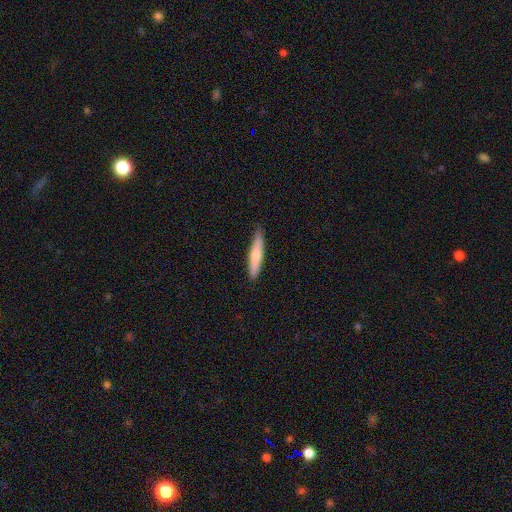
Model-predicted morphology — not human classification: Overall: smooth (71%). How rounded: cigar-shaped (88%). Merging: none (83%).